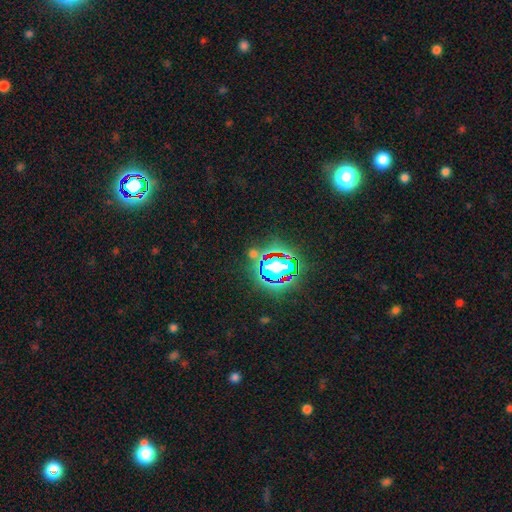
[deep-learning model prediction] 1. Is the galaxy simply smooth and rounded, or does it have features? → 74% star or artifact, 16% smooth, 10% featured or disk.